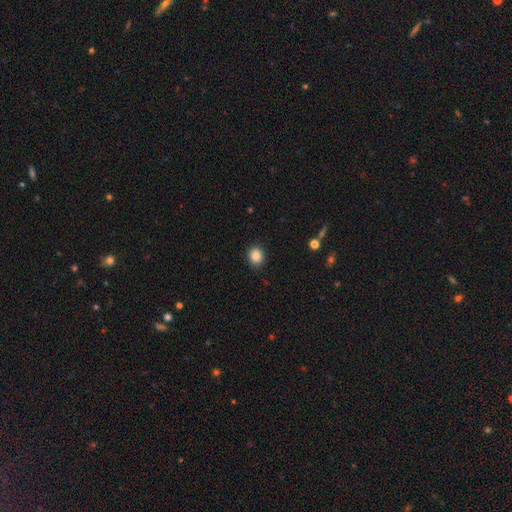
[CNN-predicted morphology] This appears to be a smooth galaxy with no disk features (86%) that is round (72%). Merging: none (89%).